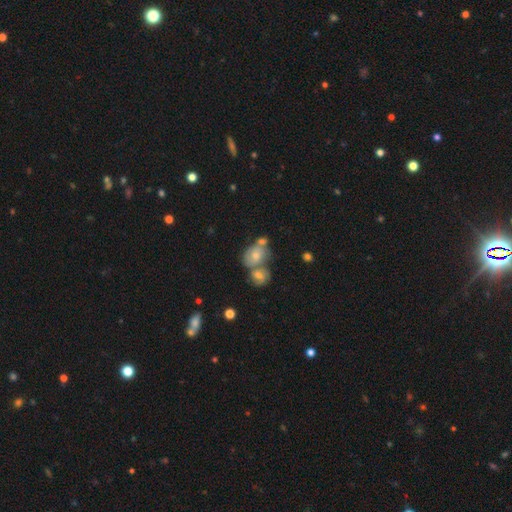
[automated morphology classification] Overall: smooth (44%; featured or disk 37%). Merging: merger (46%; none 37%).